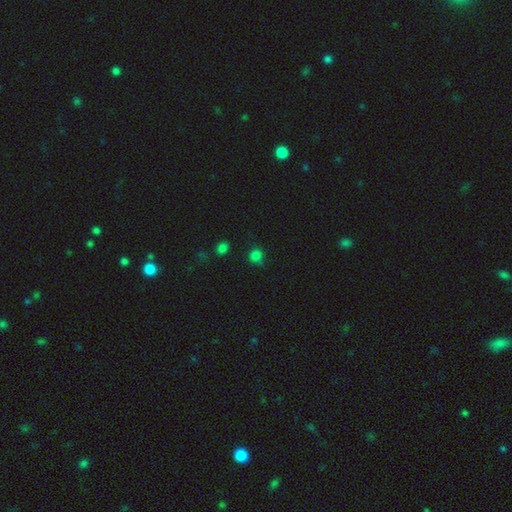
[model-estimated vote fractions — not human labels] Morphology: type=smooth (78%); roundness=round (86%); merging=none (75%).